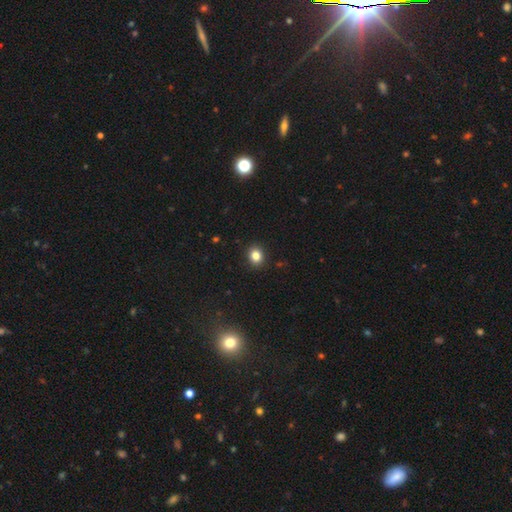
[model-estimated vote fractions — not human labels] smooth_or_featured: smooth (p=0.83) [alt: star or artifact p=0.12]
how_rounded: round (p=0.68) [alt: in between p=0.31]
merging: none (p=0.91) [alt: minor disturbance p=0.06]